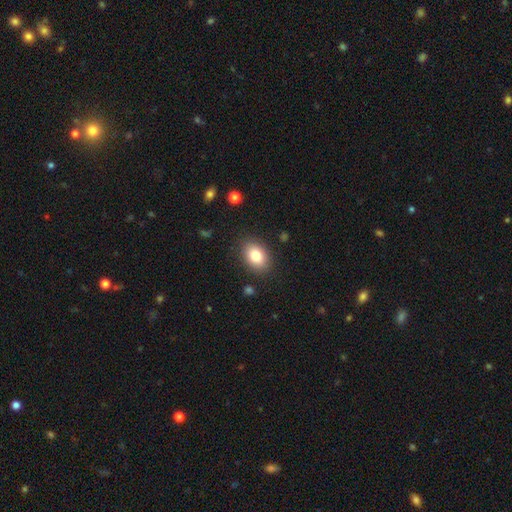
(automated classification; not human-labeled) Smooth or featured? smooth (82%)
How rounded? in between (79%)
Merging? none (87%)